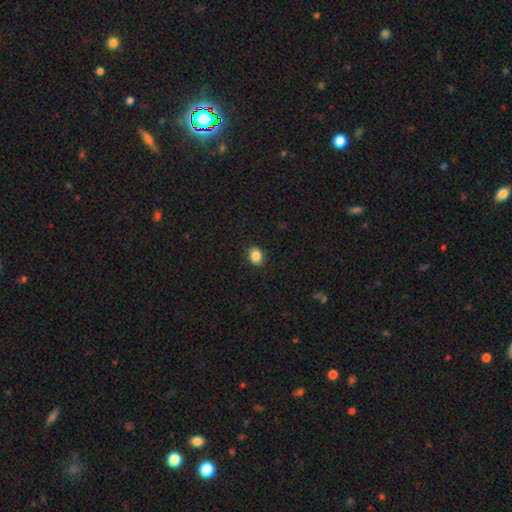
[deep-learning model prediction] smooth 87%, star or artifact 9%, featured or disk 4%. Down the decision tree: how rounded — in between (56%); merging — none (89%).